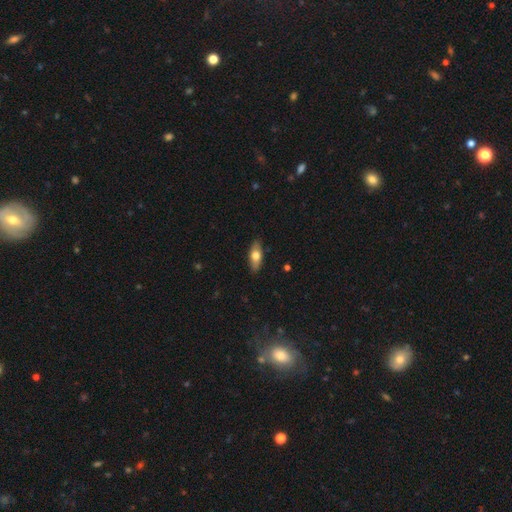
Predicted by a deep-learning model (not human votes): Q: Smooth or featured?
A: smooth (65%); runner-up: featured or disk (30%)
Q: How rounded?
A: in between (76%); runner-up: cigar-shaped (21%)
Q: Merging?
A: none (88%); runner-up: minor disturbance (9%)